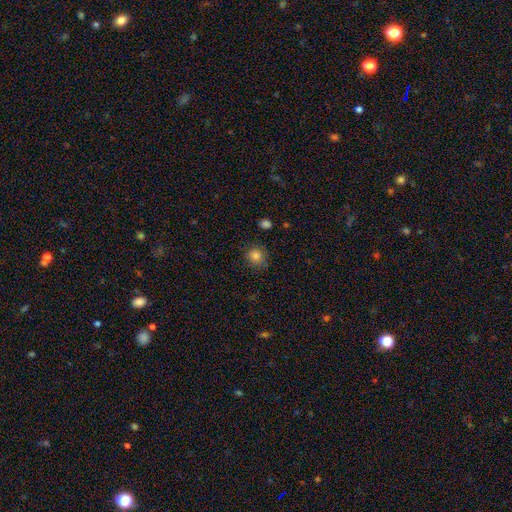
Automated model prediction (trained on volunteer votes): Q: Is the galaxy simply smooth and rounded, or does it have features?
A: smooth — 83%.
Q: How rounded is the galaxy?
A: round — 82%.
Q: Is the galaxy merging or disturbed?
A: none — 82%.